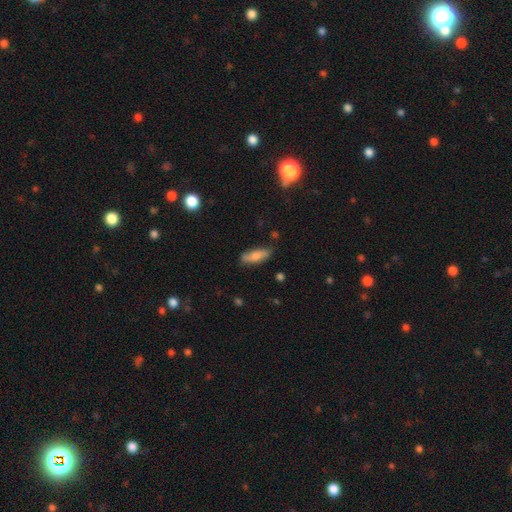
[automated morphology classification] The model was most divided on "how rounded": in between: 57%, cigar-shaped: 40%, round: 2%. More confident: merging — none (75%); smooth or featured — smooth (72%).